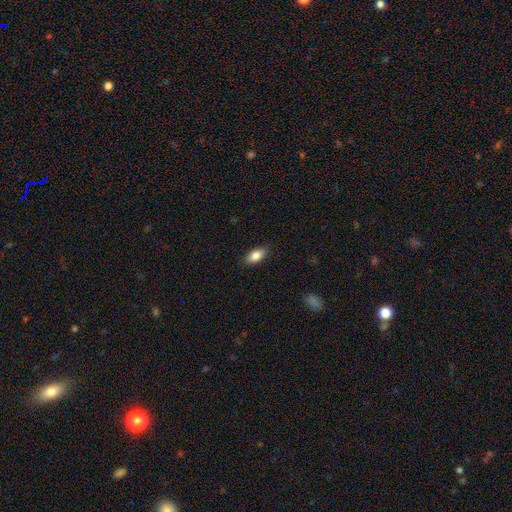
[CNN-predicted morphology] This is clearly a smooth galaxy (86%). How rounded: clearly in between (90%). Merging: clearly none (88%).